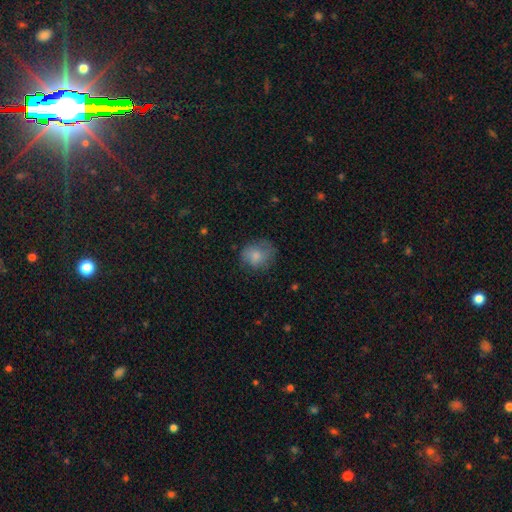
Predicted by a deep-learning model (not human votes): This appears to be a smooth galaxy with no disk features (76%) that is round (72%). Merging: none (64%).